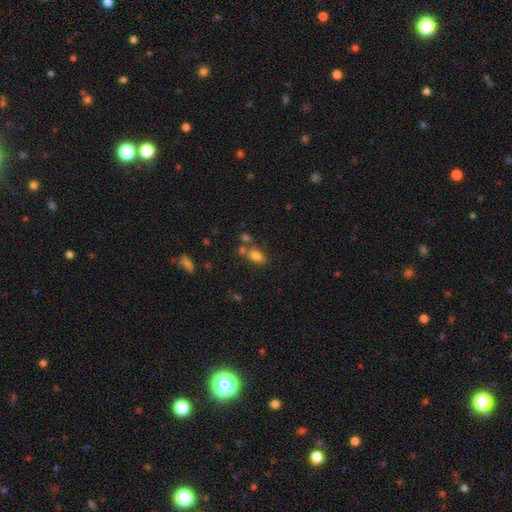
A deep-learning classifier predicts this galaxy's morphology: This appears to be a smooth galaxy with no disk features (79%) that is in between round and cigar-shaped (83%). Merging: none (57%).